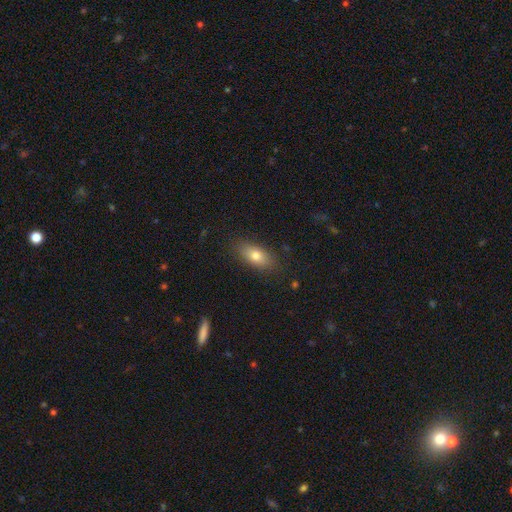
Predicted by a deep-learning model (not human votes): This appears to be a smooth galaxy with no disk features (77%) that is in between round and cigar-shaped (85%). Merging: none (84%).